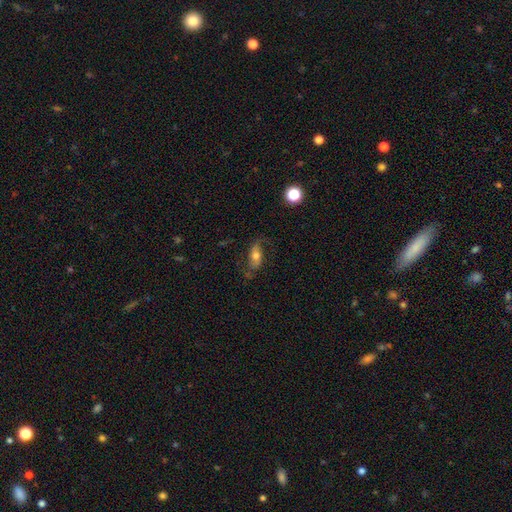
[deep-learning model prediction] Smooth or featured? featured or disk (48%)
Merging? none (64%)